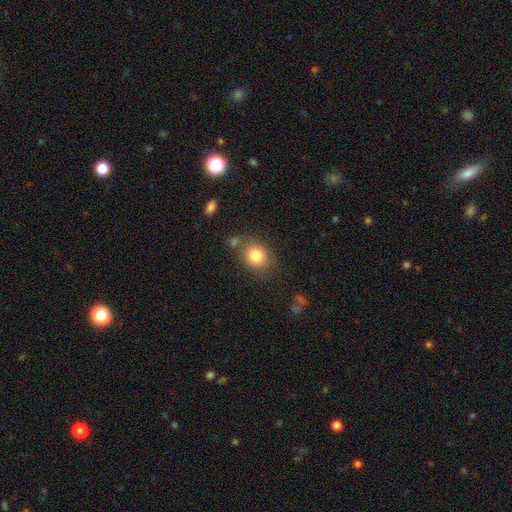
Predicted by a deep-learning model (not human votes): smooth-or-featured: smooth: 81% | star or artifact: 10% | featured or disk: 8%
  how-rounded: round: 69% | in between: 30% | cigar-shaped: 1%
  merging: none: 73% | minor disturbance: 13% | merger: 9% | major disturbance: 4%